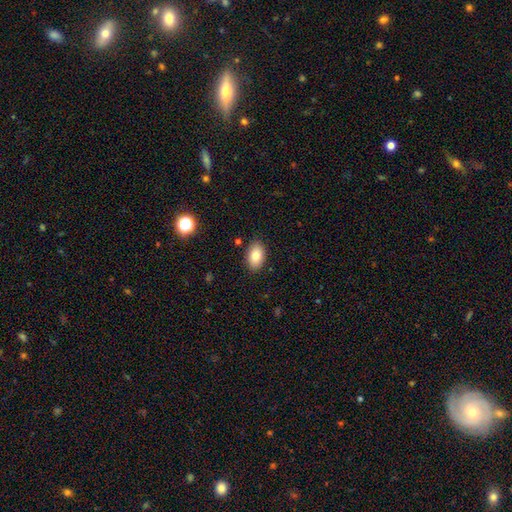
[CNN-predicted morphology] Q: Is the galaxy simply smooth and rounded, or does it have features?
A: smooth — 80%.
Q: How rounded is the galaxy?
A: in between — 90%.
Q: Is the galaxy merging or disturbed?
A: none — 87%.